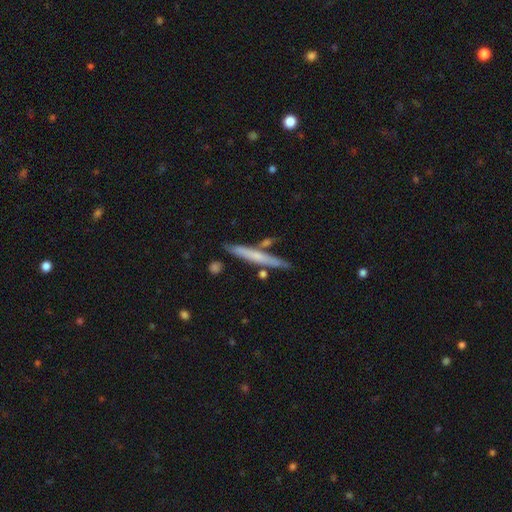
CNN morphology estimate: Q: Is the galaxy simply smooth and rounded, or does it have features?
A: smooth — 51%.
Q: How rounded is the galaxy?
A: cigar-shaped — 96%.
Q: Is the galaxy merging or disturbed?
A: none — 81%.